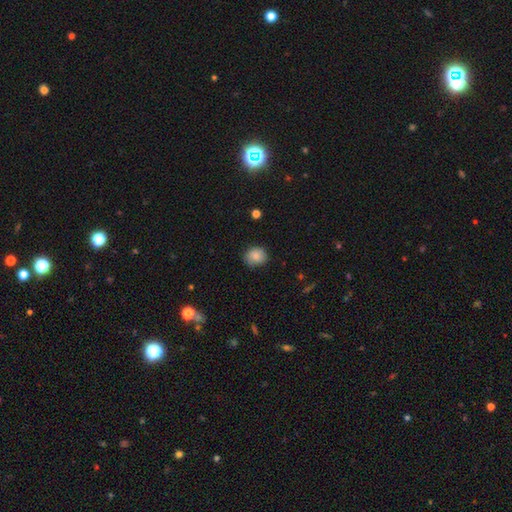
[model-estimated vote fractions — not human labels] Q: Smooth or featured?
A: smooth (82%); runner-up: star or artifact (9%)
Q: How rounded?
A: round (72%); runner-up: in between (27%)
Q: Merging?
A: none (77%); runner-up: minor disturbance (19%)